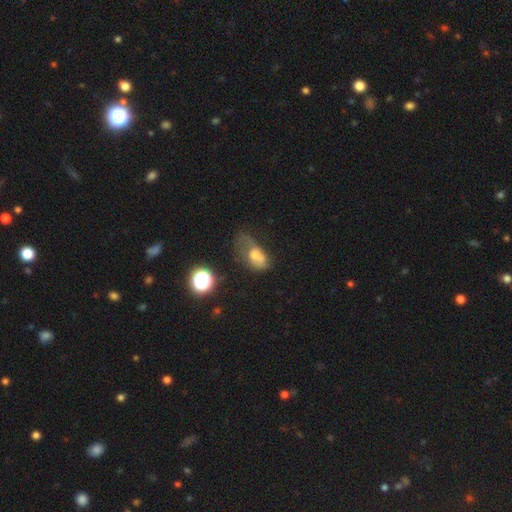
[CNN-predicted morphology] A smooth galaxy with no disk features (58%) that is in between round and cigar-shaped (84%). Merging: major disturbance (45%).